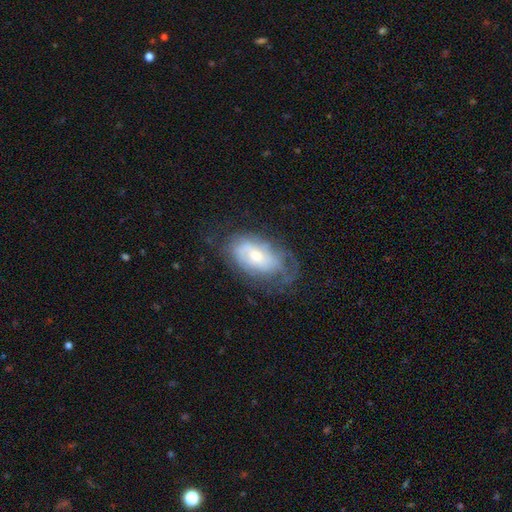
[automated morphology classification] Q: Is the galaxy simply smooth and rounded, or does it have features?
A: featured or disk — 61%.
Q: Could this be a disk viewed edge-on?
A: no — 93%.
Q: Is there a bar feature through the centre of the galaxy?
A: no — 68%.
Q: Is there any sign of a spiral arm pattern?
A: yes — 72%.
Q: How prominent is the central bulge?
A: moderate — 47%.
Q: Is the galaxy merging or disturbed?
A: none — 55%.